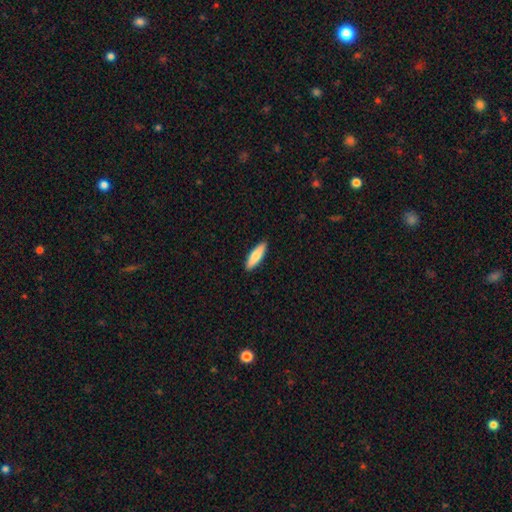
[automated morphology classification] smooth 78%, featured or disk 17%, star or artifact 5%. Down the decision tree: how rounded — cigar-shaped (61%); merging — none (90%).